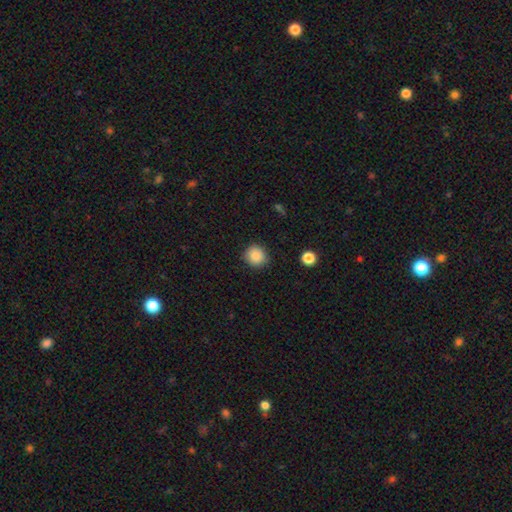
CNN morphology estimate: smooth-or-featured: smooth: 87% | star or artifact: 9% | featured or disk: 4%
  how-rounded: round: 88% | in between: 11% | cigar-shaped: 1%
  merging: none: 87% | minor disturbance: 10% | major disturbance: 3% | merger: 1%